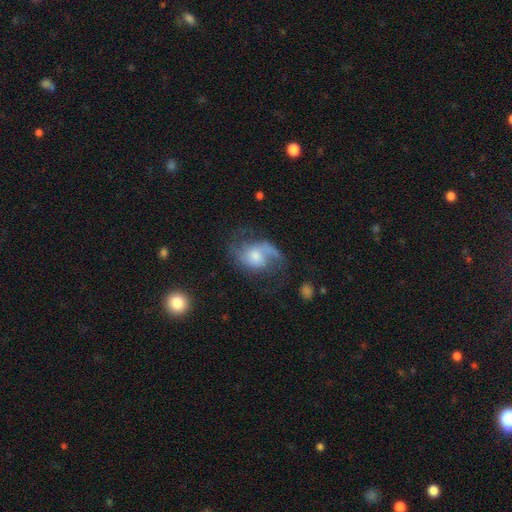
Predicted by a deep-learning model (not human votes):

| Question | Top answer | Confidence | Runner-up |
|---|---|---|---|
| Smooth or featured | featured or disk | 72% | smooth (20%) |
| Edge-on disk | no | 97% | yes (3%) |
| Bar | no | 64% | weak (31%) |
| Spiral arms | yes | 90% | no (10%) |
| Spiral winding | loose | 52% | medium (38%) |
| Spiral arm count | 2 | 69% | 1 (17%) |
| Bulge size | moderate | 46% | small (28%) |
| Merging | none | 46% | major disturbance (30%) |